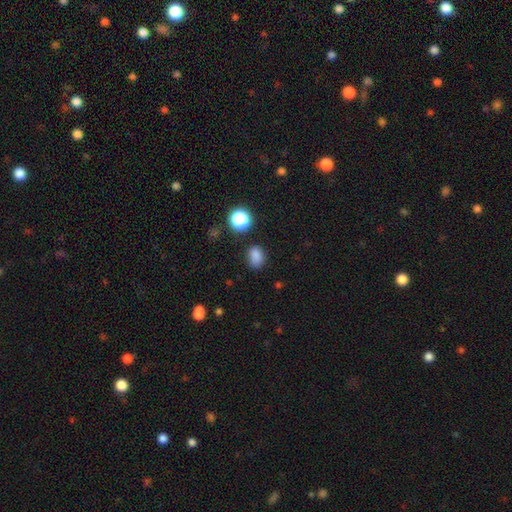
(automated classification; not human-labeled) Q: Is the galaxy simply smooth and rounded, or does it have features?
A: smooth — 81%.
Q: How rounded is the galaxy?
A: in between — 65%.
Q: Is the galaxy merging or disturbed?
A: none — 76%.